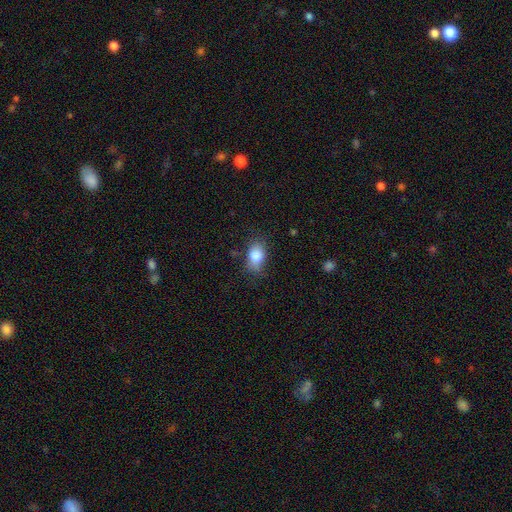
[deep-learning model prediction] smooth-or-featured: smooth: 85% | star or artifact: 8% | featured or disk: 7%
  how-rounded: in between: 81% | round: 17% | cigar-shaped: 2%
  merging: none: 68% | minor disturbance: 24% | major disturbance: 7% | merger: 2%